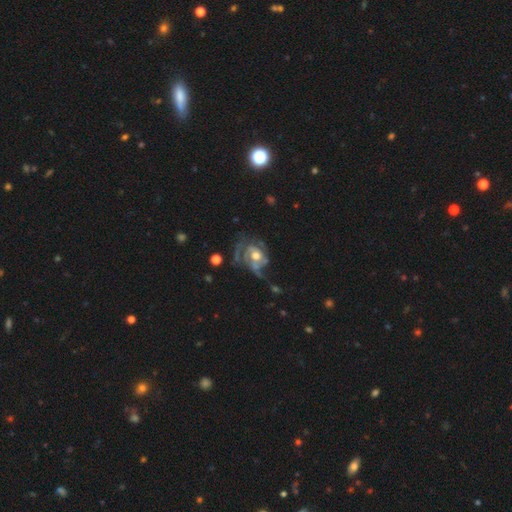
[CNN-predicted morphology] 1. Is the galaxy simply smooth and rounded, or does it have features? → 79% featured or disk, 14% smooth, 7% star or artifact.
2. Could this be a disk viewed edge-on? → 97% no, 3% yes.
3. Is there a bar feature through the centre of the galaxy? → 75% no, 20% weak, 5% strong.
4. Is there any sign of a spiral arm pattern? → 84% yes, 16% no.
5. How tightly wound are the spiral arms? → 39% tight, 38% medium, 24% loose.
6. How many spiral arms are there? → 31% 2, 28% can't tell, 20% 3, 11% 1, 6% 4, 5% more than 4.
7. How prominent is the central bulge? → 68% moderate, 19% large, 10% small, 2% none, 2% dominant.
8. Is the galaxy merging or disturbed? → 39% major disturbance, 34% none, 21% minor disturbance, 6% merger.